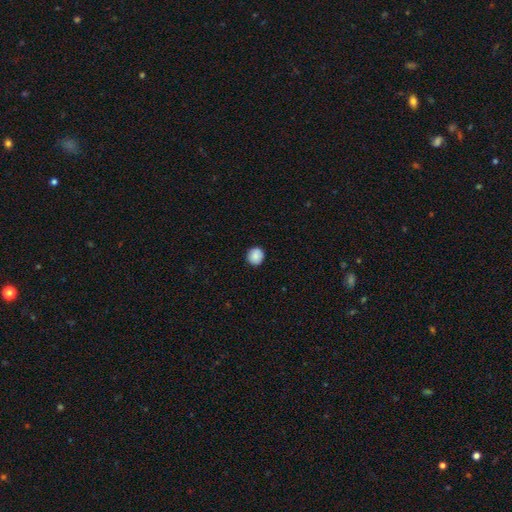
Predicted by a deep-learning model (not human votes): Smooth or featured? smooth (88%)
How rounded? round (92%)
Merging? none (90%)